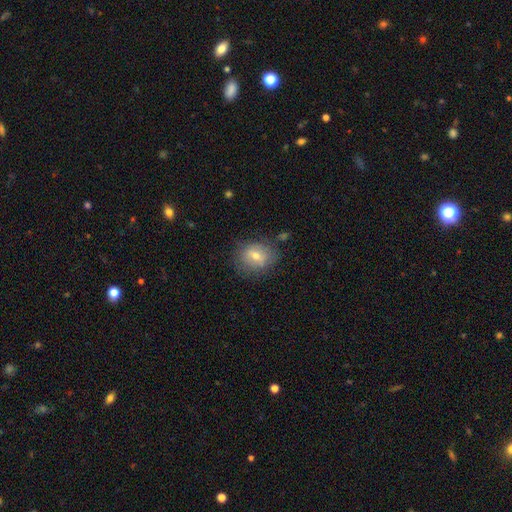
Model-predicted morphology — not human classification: Overall: smooth (65%; featured or disk 26%). How rounded: round (63%; in between 36%). Merging: none (75%).